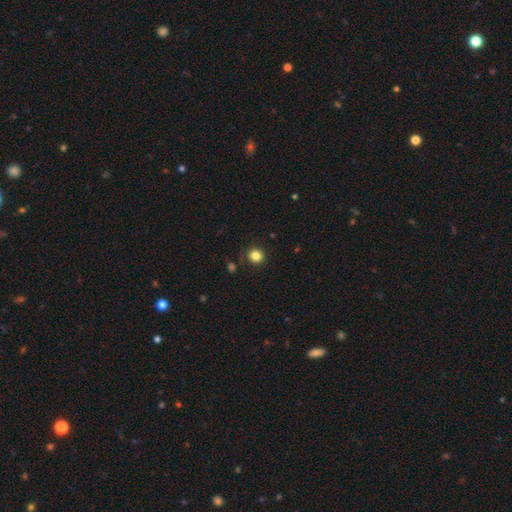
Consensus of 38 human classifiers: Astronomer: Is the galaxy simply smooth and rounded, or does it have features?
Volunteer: smooth — 82%.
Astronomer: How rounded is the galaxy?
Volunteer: round — 94%.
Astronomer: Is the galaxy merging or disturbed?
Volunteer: none — 76%.